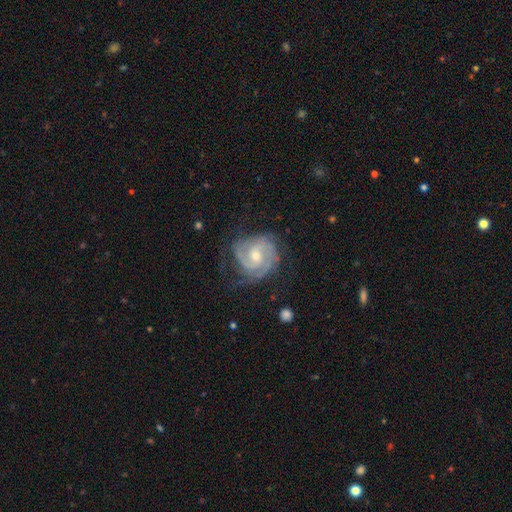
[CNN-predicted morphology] Smooth or featured? Predicted: featured or disk (p=0.88). Edge-on disk? Predicted: no (p=0.98). Bar? Predicted: no (p=0.52). Spiral arms? Predicted: yes (p=0.97). Spiral winding? Predicted: tight (p=0.62). Spiral arm count? Predicted: 2 (p=0.38). Bulge size? Predicted: moderate (p=0.54). Merging? Predicted: none (p=0.69).